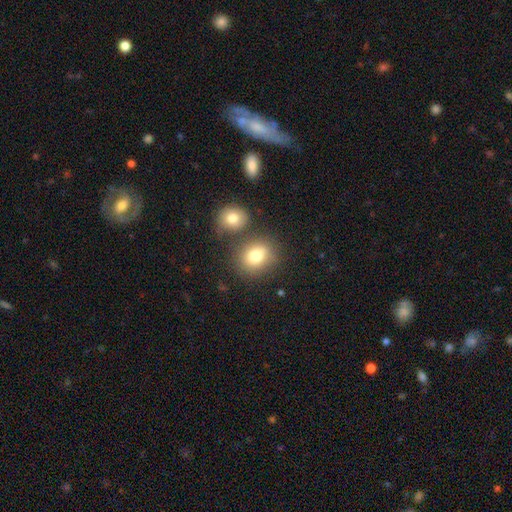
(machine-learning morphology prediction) Smooth or featured? smooth (78%)
How rounded? round (69%)
Merging? none (66%)